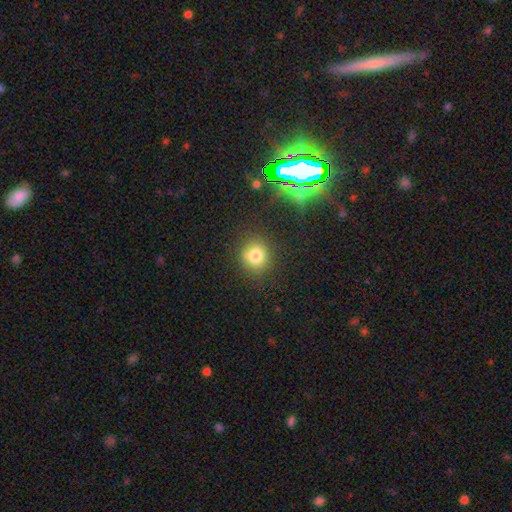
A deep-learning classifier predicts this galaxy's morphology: A smooth galaxy with no disk features (76%) that is round (86%). Merging: none (75%).